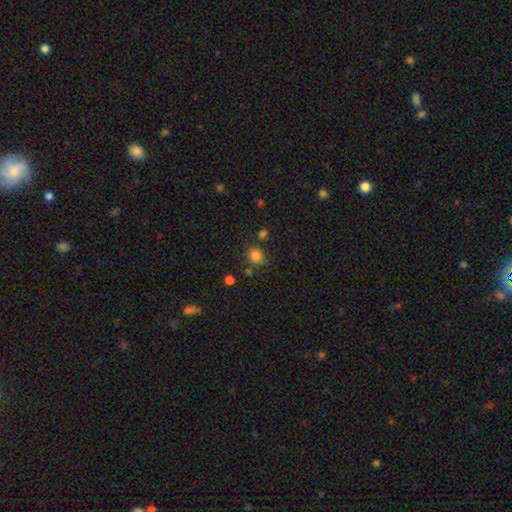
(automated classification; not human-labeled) This is clearly a smooth galaxy (82%). How rounded: likely round (71%). Merging: likely none (75%).